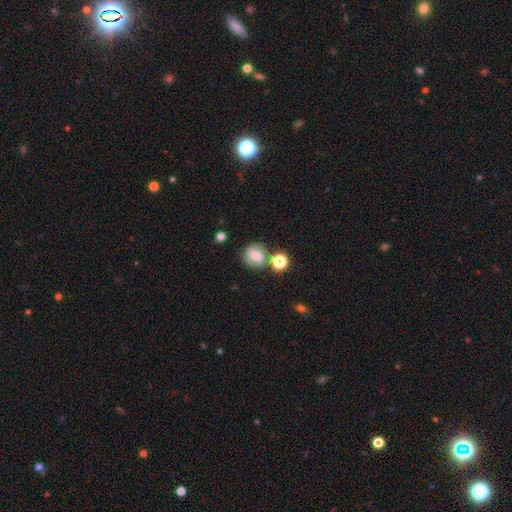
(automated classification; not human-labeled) Overall: smooth (54%; featured or disk 34%). How rounded: round (79%). Merging: none (66%).